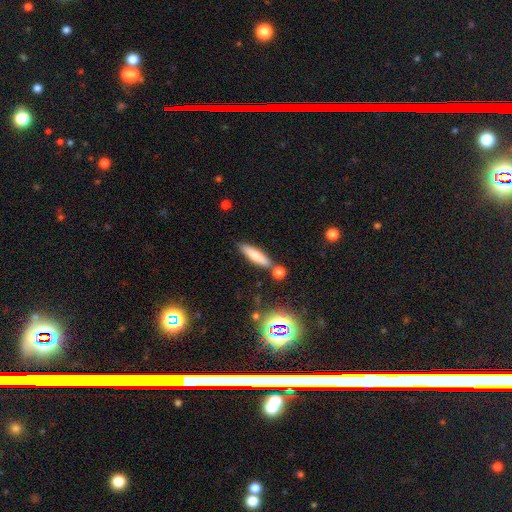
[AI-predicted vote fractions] Q: Smooth or featured?
A: smooth (74%); runner-up: featured or disk (17%)
Q: How rounded?
A: cigar-shaped (72%); runner-up: in between (26%)
Q: Merging?
A: none (74%); runner-up: minor disturbance (12%)